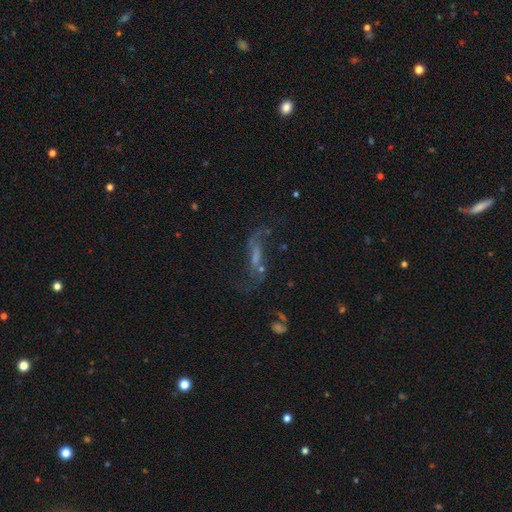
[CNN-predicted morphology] Smooth or featured: featured or disk — 68% (smooth — 17%)
Edge-on disk: no — 87% (yes — 13%)
Bar: weak — 40% (strong — 31%)
Spiral arms: yes — 81% (no — 19%)
Bulge size: none — 39% (small — 33%)
Merging: none — 51% (major disturbance — 24%)